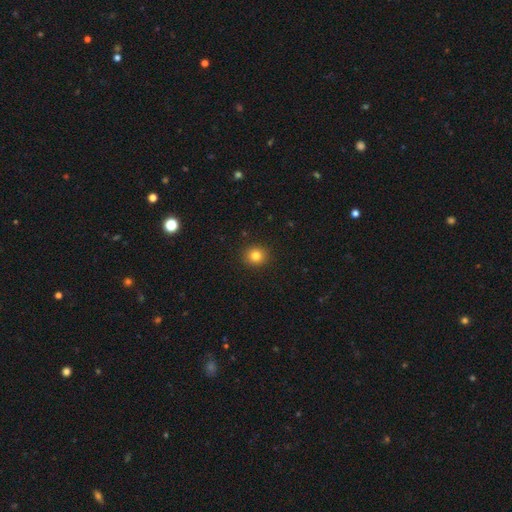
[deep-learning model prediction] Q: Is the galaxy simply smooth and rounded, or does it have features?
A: smooth — 82%.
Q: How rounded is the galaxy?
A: round — 87%.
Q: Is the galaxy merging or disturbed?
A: none — 92%.